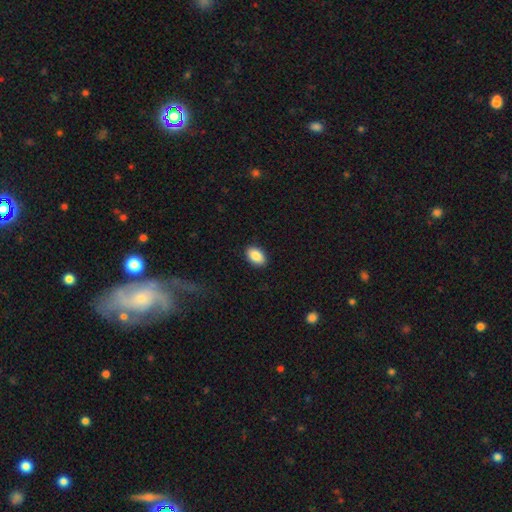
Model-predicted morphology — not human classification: smooth_or_featured: smooth (p=0.88) [alt: star or artifact p=0.07]
how_rounded: in between (p=0.92) [alt: round p=0.07]
merging: none (p=0.89) [alt: minor disturbance p=0.08]